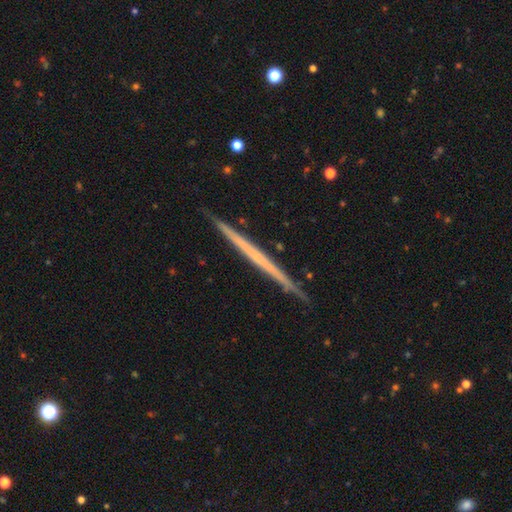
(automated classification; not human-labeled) This is likely a featured or disk galaxy (62%). It is clearly viewed edge-on (98%). Edge-on bulge: clearly none (92%). Merging: clearly none (91%).